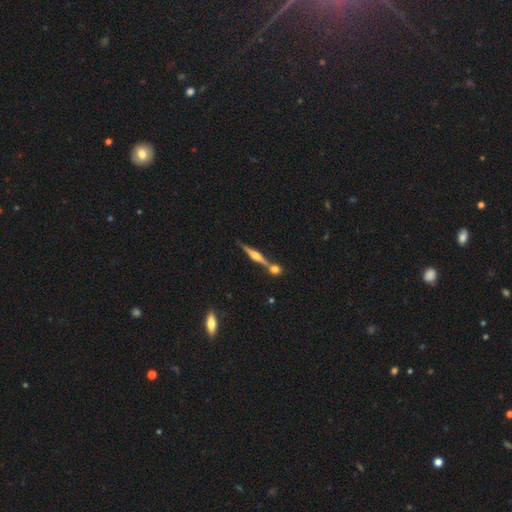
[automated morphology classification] A featured or disk galaxy (76%) viewed edge-on (97%) with a rounded central bulge (86%). Merging: none (67%).